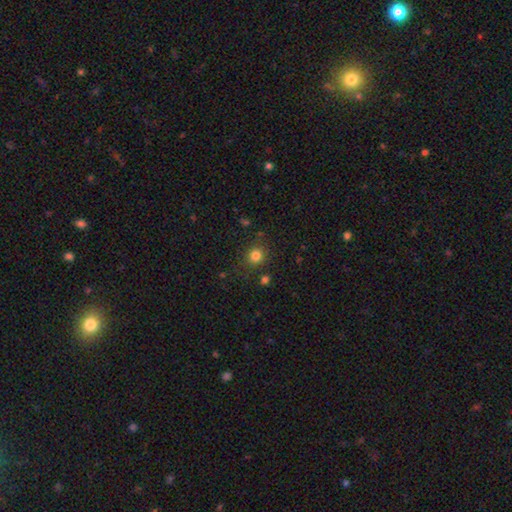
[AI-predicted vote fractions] Smooth or featured: smooth — 81% (star or artifact — 13%)
How rounded: round — 86% (in between — 13%)
Merging: none — 83% (minor disturbance — 10%)